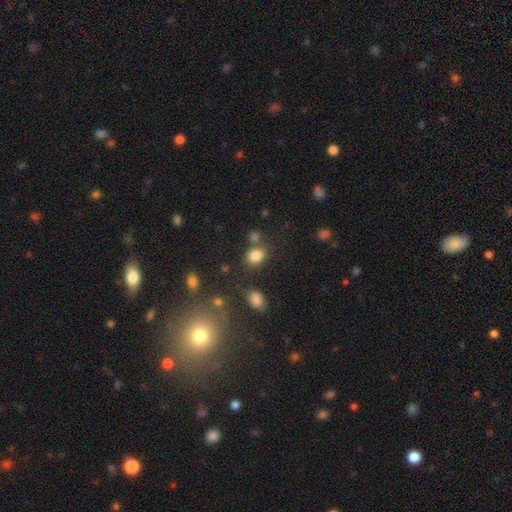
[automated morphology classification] smooth_or_featured: smooth (p=0.82) [alt: star or artifact p=0.12]
how_rounded: round (p=0.55) [alt: in between p=0.44]
merging: none (p=0.67) [alt: merger p=0.15]